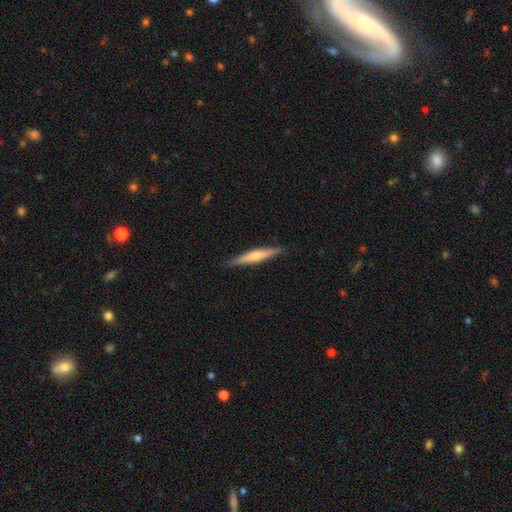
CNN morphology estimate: The model was most divided on "smooth or featured": smooth: 53%, featured or disk: 42%, star or artifact: 5%. More confident: how rounded — cigar-shaped (92%); merging — none (88%).